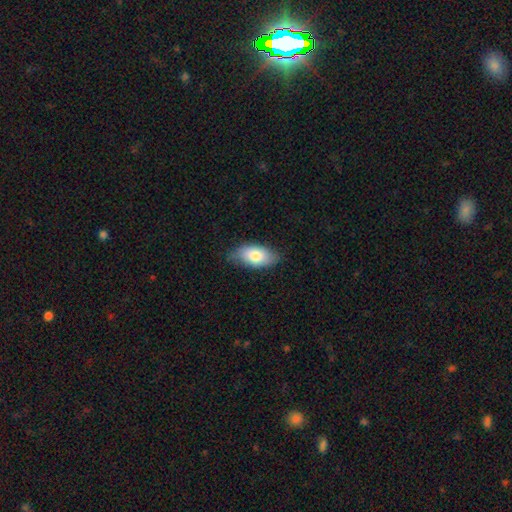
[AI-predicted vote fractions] A smooth galaxy with no disk features (78%) that is in between round and cigar-shaped (92%). Merging: none (73%).